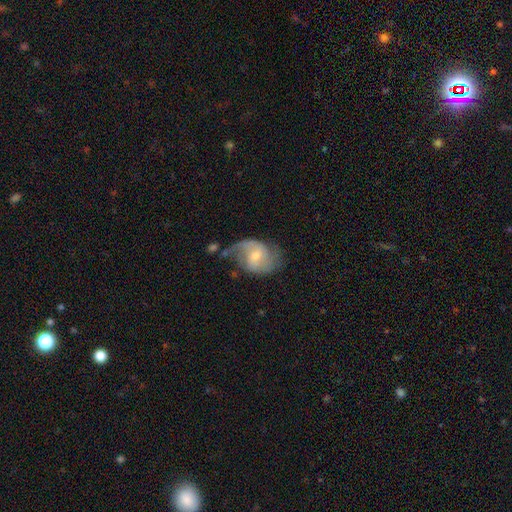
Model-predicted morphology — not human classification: Smooth or featured: featured or disk — 74% (smooth — 20%)
Edge-on disk: no — 97% (yes — 3%)
Bar: weak — 54% (no — 34%)
Spiral arms: yes — 92% (no — 8%)
Spiral winding: medium — 44% (loose — 41%)
Spiral arm count: 2 — 78% (1 — 10%)
Bulge size: moderate — 51% (small — 38%)
Merging: none — 47% (minor disturbance — 26%)